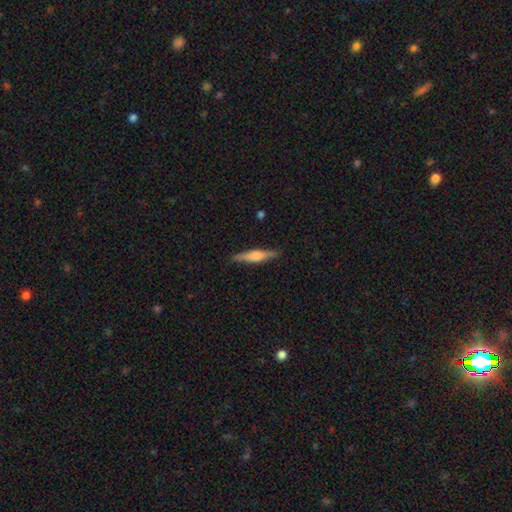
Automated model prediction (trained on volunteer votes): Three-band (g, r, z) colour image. It shows a featured or disk galaxy (57%) viewed edge-on (97%) with a rounded central bulge (74%). Merging: none (89%).